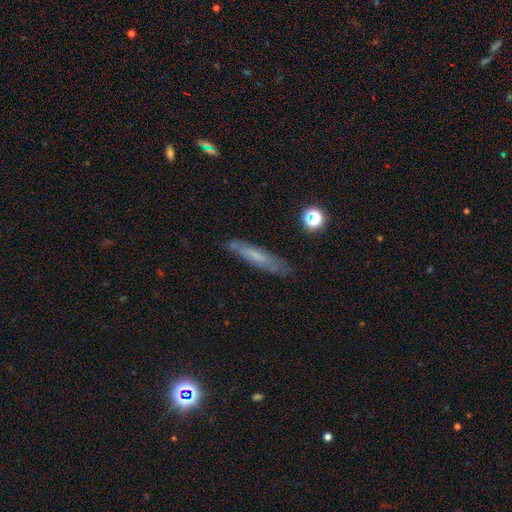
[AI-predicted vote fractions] This is possibly a smooth galaxy (50%). How rounded: clearly cigar-shaped (88%). Merging: likely none (79%).